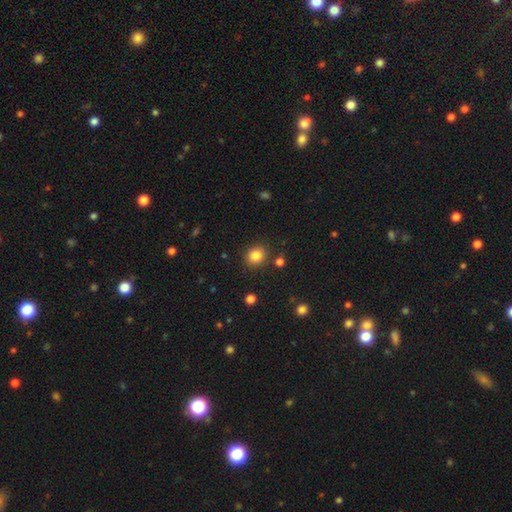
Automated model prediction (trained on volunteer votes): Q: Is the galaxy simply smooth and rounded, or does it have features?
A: smooth — 84%.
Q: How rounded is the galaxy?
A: round — 75%.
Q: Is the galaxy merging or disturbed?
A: none — 85%.